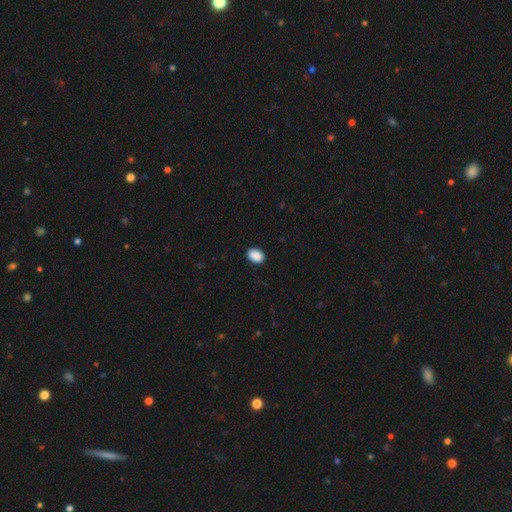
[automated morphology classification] The model was most divided on "how rounded": in between: 82%, round: 17%, cigar-shaped: 1%. More confident: smooth or featured — smooth (90%); merging — none (89%).